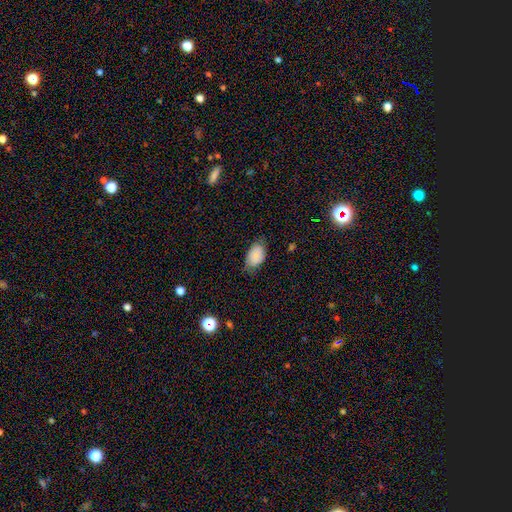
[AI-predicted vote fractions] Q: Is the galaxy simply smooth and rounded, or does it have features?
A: smooth — 86%.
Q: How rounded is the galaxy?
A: in between — 90%.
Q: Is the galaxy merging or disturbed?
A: none — 64%.